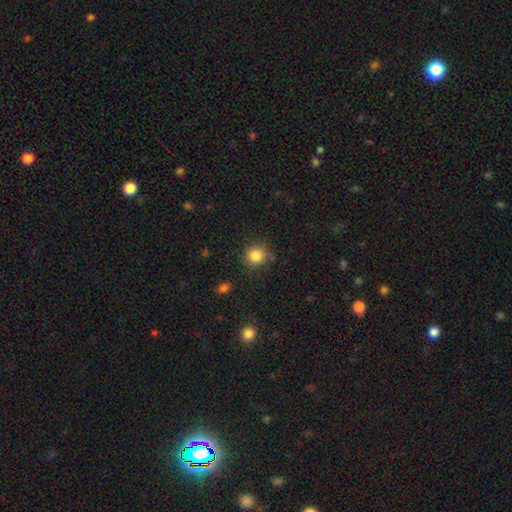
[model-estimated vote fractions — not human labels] smooth_or_featured: smooth (p=0.84) [alt: star or artifact p=0.11]
how_rounded: round (p=0.87) [alt: in between p=0.12]
merging: none (p=0.82) [alt: minor disturbance p=0.11]